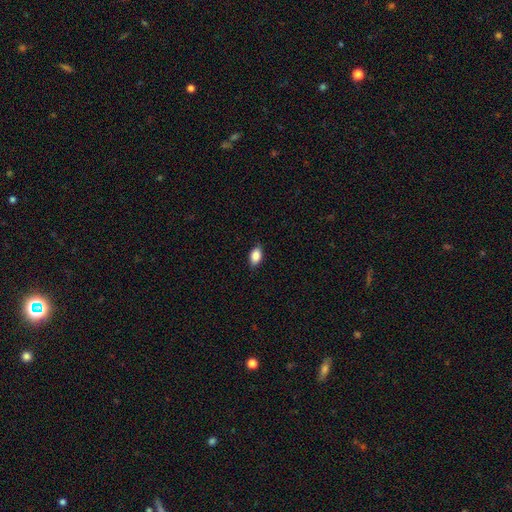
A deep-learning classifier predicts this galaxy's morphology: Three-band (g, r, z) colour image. It shows a smooth galaxy with no disk features (88%) that is in between round and cigar-shaped (90%). Merging: none (86%).